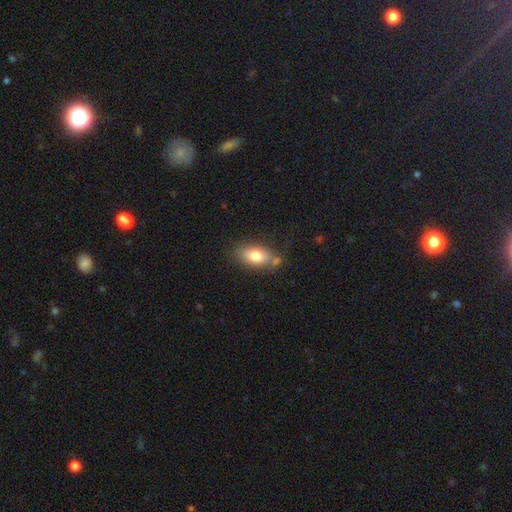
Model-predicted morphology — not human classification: Smooth or featured? smooth (78%)
How rounded? in between (89%)
Merging? none (65%)